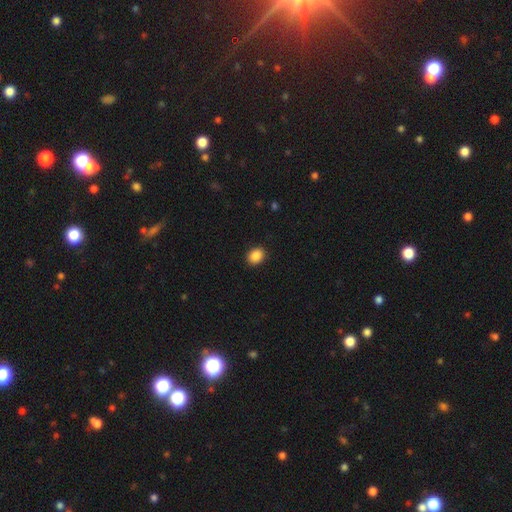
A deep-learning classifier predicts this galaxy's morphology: A smooth galaxy with no disk features (89%) that is in between round and cigar-shaped (55%).

Vote fractions:
- Smooth or featured? smooth: 89% / star or artifact: 9% / featured or disk: 3%
- How rounded? in between: 55% / round: 44% / cigar-shaped: 1%
- Merging? none: 91% / minor disturbance: 6% / major disturbance: 2% / merger: 1%